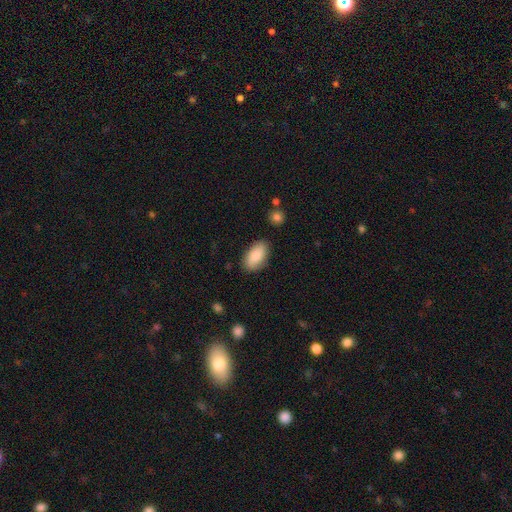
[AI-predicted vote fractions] smooth 84%, featured or disk 10%, star or artifact 6%. Down the decision tree: how rounded — in between (94%); merging — none (82%).